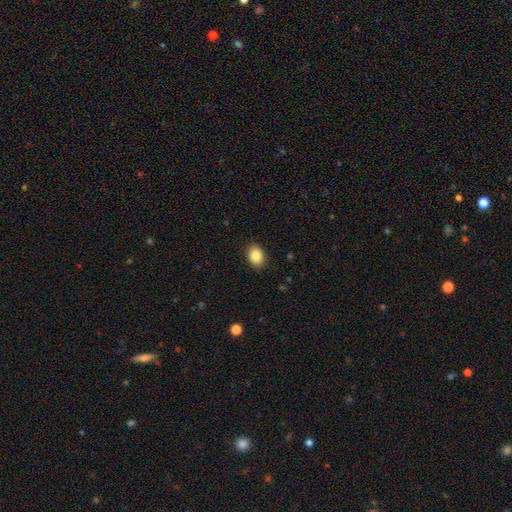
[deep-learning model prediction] Smooth or featured: smooth — 86% (star or artifact — 8%)
How rounded: in between — 74% (round — 25%)
Merging: none — 89% (minor disturbance — 8%)